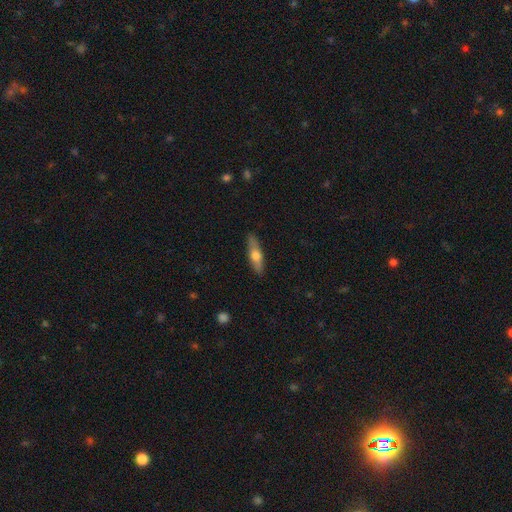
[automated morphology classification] smooth 55%, featured or disk 39%, star or artifact 6%. Down the decision tree: how rounded — cigar-shaped (64%); merging — none (88%).